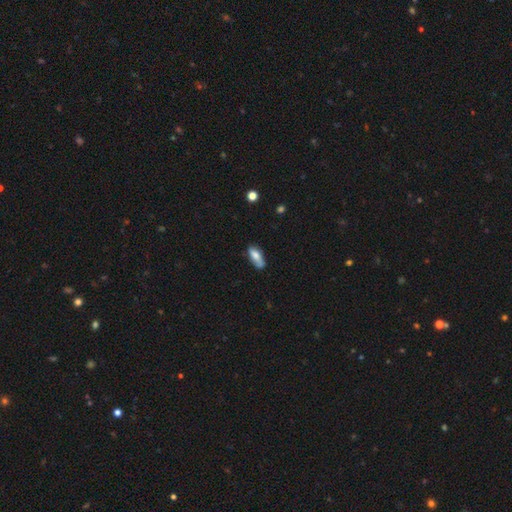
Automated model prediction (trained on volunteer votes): This appears to be a smooth galaxy with no disk features (73%) that is in between round and cigar-shaped (77%). Merging: none (54%).